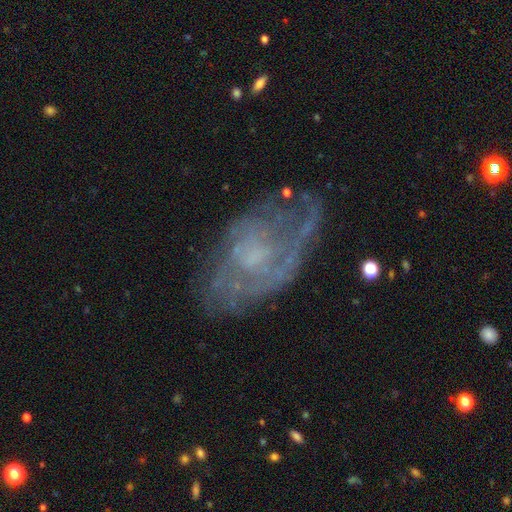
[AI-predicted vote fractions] Smooth or featured?
  - featured or disk: 72% *
  - smooth: 18%
  - star or artifact: 10%
Edge-on disk?
  - no: 95% *
  - yes: 5%
Bar?
  - no: 71% *
  - weak: 25%
  - strong: 4%
Spiral arms?
  - yes: 69% *
  - no: 31%
Bulge size?
  - none: 40% *
  - small: 36%
  - moderate: 19%
  - large: 3%
  - dominant: 1%
Merging?
  - none: 55% *
  - minor disturbance: 23%
  - major disturbance: 20%
  - merger: 3%